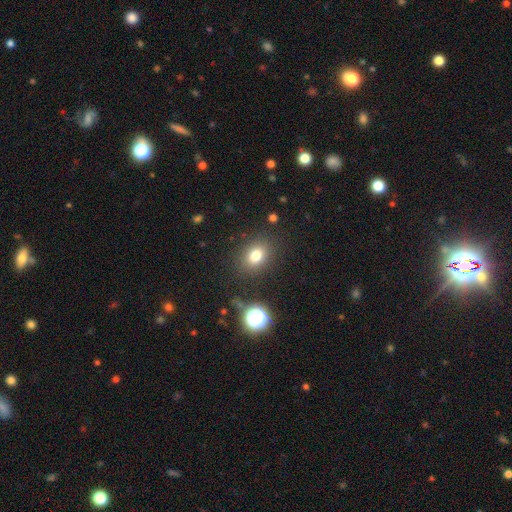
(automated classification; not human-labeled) Q: Smooth or featured?
A: smooth (78%); runner-up: star or artifact (14%)
Q: How rounded?
A: in between (54%); runner-up: round (45%)
Q: Merging?
A: none (85%); runner-up: minor disturbance (9%)